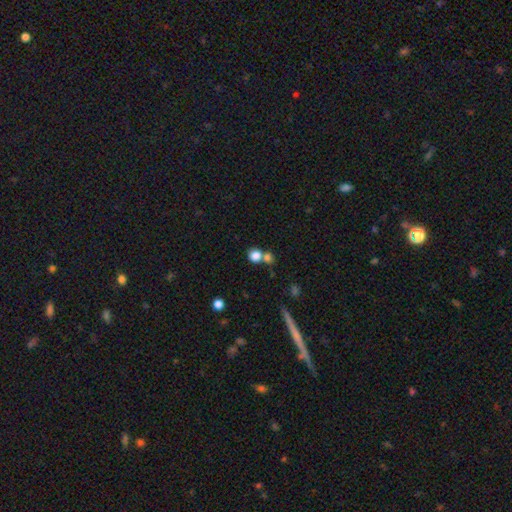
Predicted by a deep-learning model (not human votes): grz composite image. It shows a smooth galaxy with no disk features (80%) that is round (84%). Merging: none (51%).